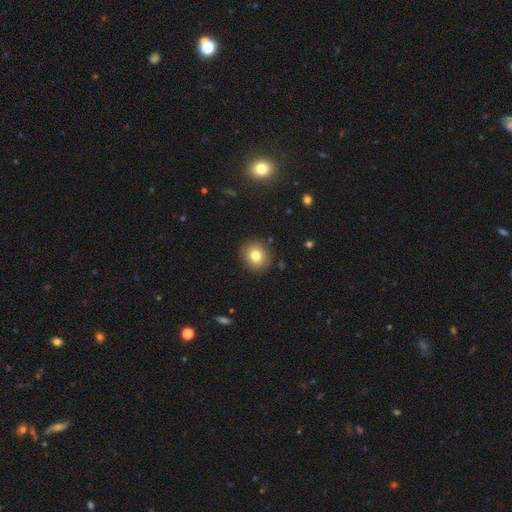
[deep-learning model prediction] Smooth or featured? Predicted: smooth (p=0.78). How rounded? Predicted: round (p=0.77). Merging? Predicted: none (p=0.89).